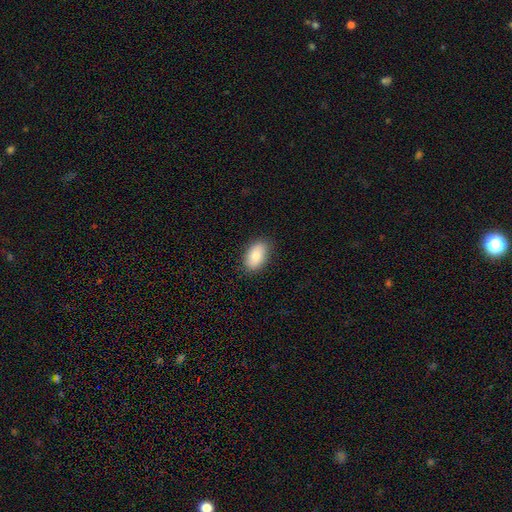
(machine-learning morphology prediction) The model was most divided on "smooth or featured": smooth: 83%, featured or disk: 10%, star or artifact: 7%. More confident: how rounded — in between (91%); merging — none (87%).